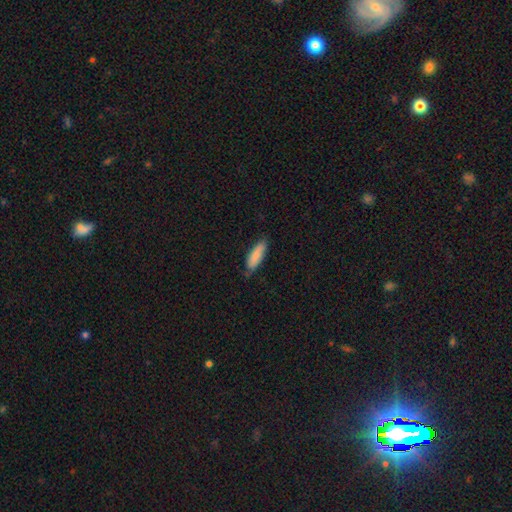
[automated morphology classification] Smooth or featured: smooth — 82% (featured or disk — 12%)
How rounded: in between — 51% (cigar-shaped — 48%)
Merging: none — 71% (minor disturbance — 24%)